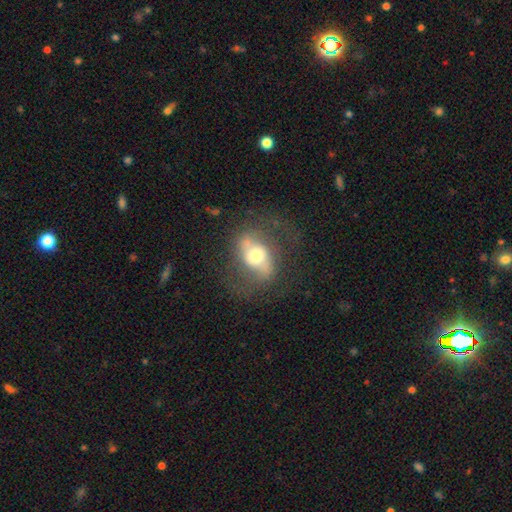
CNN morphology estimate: Smooth or featured?
  - featured or disk: 64% *
  - smooth: 28%
  - star or artifact: 8%
Edge-on disk?
  - no: 92% *
  - yes: 8%
Bar?
  - no: 37% *
  - weak: 33%
  - strong: 30%
Spiral arms?
  - yes: 76% *
  - no: 24%
Bulge size?
  - moderate: 63% *
  - large: 17%
  - small: 17%
  - dominant: 2%
  - none: 1%
Merging?
  - none: 64% *
  - minor disturbance: 19%
  - major disturbance: 16%
  - merger: 2%